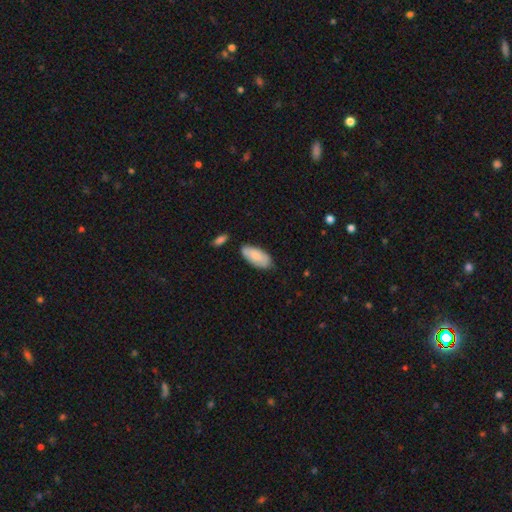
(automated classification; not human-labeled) Smooth or featured?
  - smooth: 77% *
  - featured or disk: 17%
  - star or artifact: 6%
How rounded?
  - in between: 90% *
  - cigar-shaped: 8%
  - round: 2%
Merging?
  - none: 70% *
  - minor disturbance: 22%
  - merger: 5%
  - major disturbance: 4%